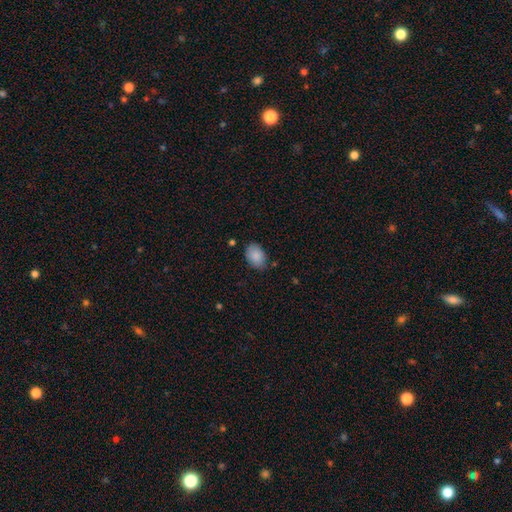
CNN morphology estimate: Smooth or featured? Predicted: smooth (p=0.88). How rounded? Predicted: in between (p=0.85). Merging? Predicted: none (p=0.77).